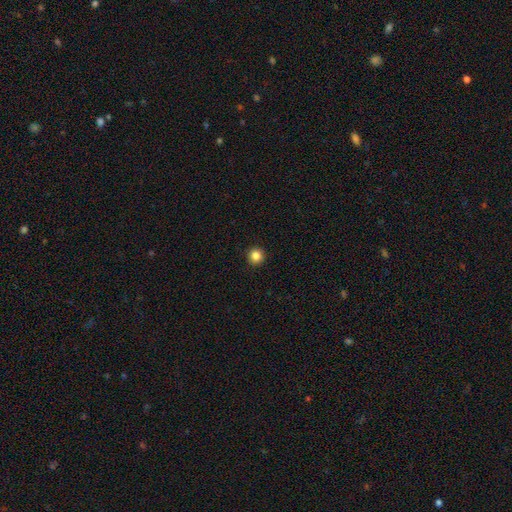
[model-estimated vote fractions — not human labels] smooth 85%, star or artifact 11%, featured or disk 4%. Down the decision tree: how rounded — round (95%); merging — none (94%).